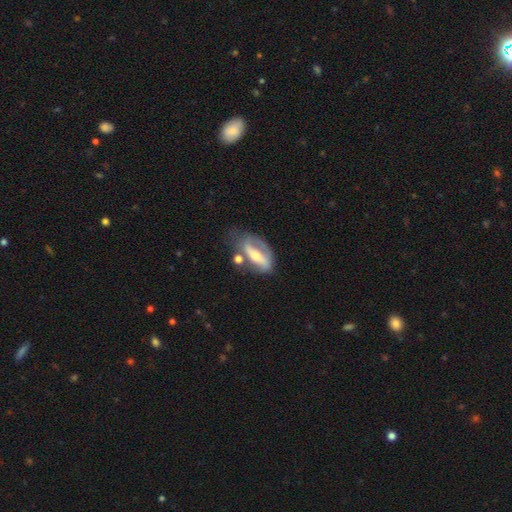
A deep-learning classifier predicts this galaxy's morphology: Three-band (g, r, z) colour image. It shows a featured or disk galaxy (66%) with a strong bar (52%), spiral arms (53%) and a moderate central bulge (59%). Merging: none (41%).